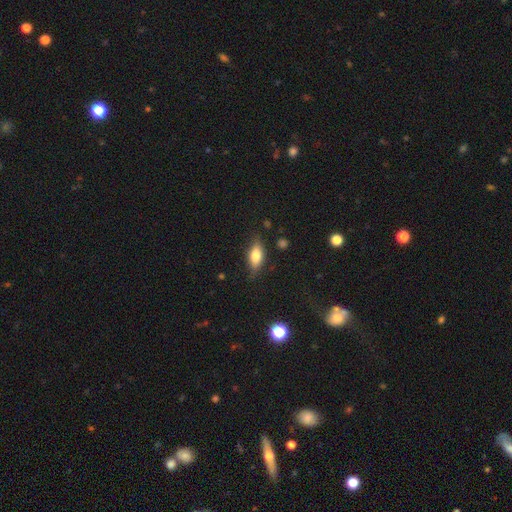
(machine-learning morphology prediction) Smooth or featured? smooth (65%)
How rounded? in between (77%)
Merging? none (76%)